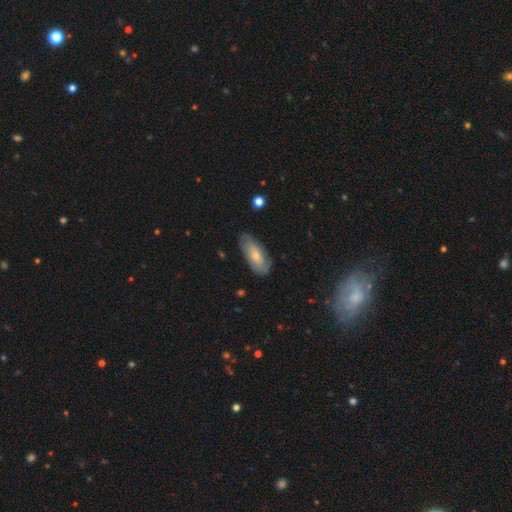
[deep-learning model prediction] This appears to be a smooth galaxy with no disk features (57%) that is in between round and cigar-shaped (82%). Merging: none (72%).